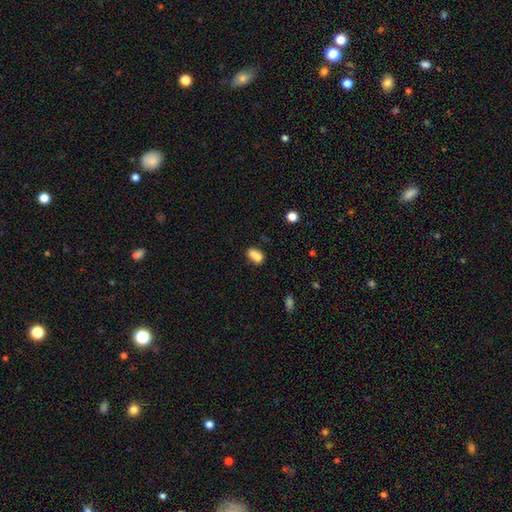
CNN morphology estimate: A smooth galaxy with no disk features (74%) that is in between round and cigar-shaped (68%). Merging: merger (54%).